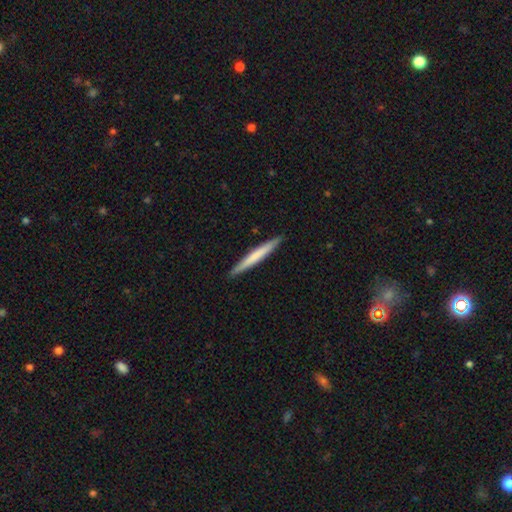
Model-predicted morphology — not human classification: Q: Smooth or featured?
A: smooth (62%); runner-up: featured or disk (33%)
Q: How rounded?
A: cigar-shaped (97%); runner-up: in between (2%)
Q: Merging?
A: none (91%); runner-up: minor disturbance (6%)